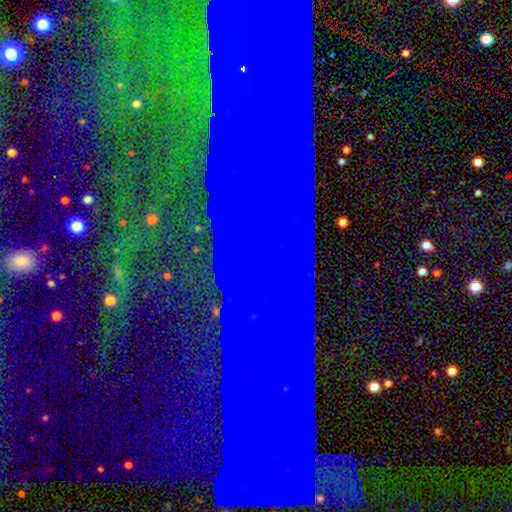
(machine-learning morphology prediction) smooth_or_featured: star or artifact (p=0.82) [alt: featured or disk p=0.10]